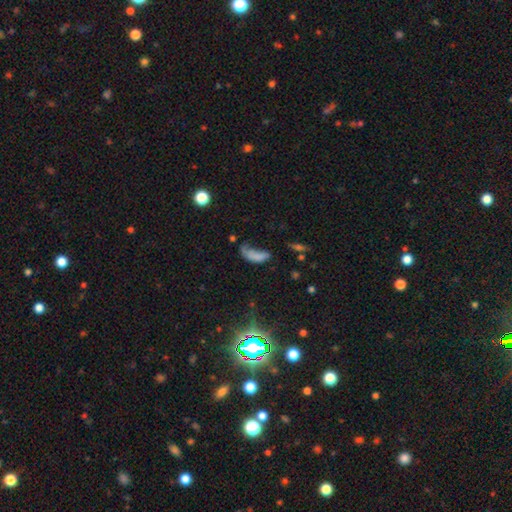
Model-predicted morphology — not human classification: smooth 65%, featured or disk 21%, star or artifact 14%. Down the decision tree: how rounded — in between (73%); merging — major disturbance (43%).